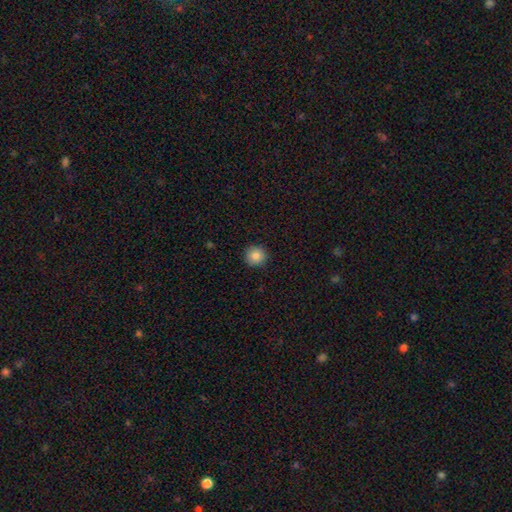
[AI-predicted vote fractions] This appears to be a smooth galaxy with no disk features (85%) that is round (94%). Merging: none (92%).